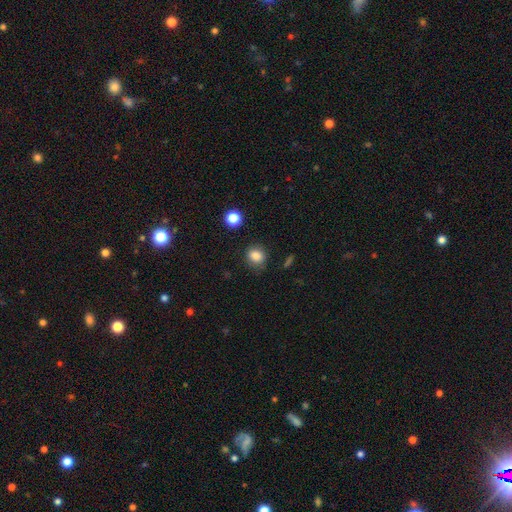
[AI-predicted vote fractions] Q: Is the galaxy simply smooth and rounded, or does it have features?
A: smooth — 84%.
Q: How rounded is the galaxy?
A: round — 68%.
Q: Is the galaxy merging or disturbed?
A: none — 80%.